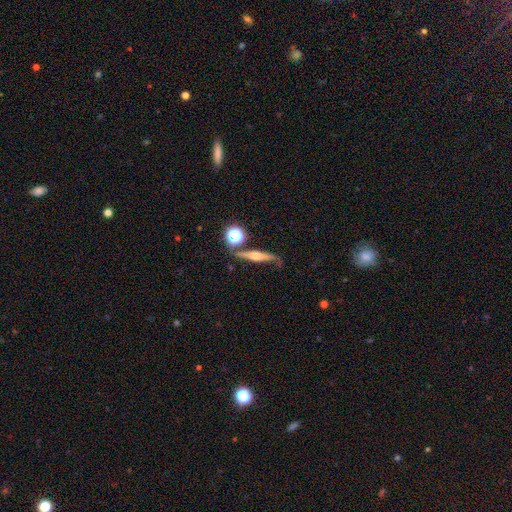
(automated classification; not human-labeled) This is likely a featured or disk galaxy (65%). It is clearly viewed edge-on (90%). Edge-on bulge: clearly rounded (85%). Merging: likely none (71%).